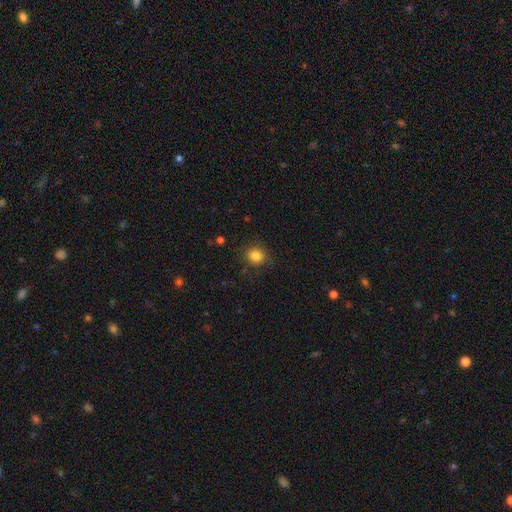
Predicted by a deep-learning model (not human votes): Q: Smooth or featured?
A: smooth (84%); runner-up: star or artifact (11%)
Q: How rounded?
A: round (85%); runner-up: in between (14%)
Q: Merging?
A: none (82%); runner-up: minor disturbance (12%)